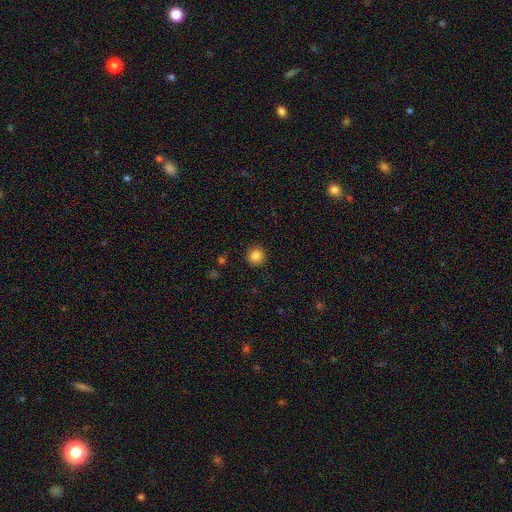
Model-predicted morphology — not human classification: Q: Smooth or featured?
A: smooth (85%); runner-up: star or artifact (10%)
Q: How rounded?
A: round (94%); runner-up: in between (5%)
Q: Merging?
A: none (92%); runner-up: minor disturbance (5%)